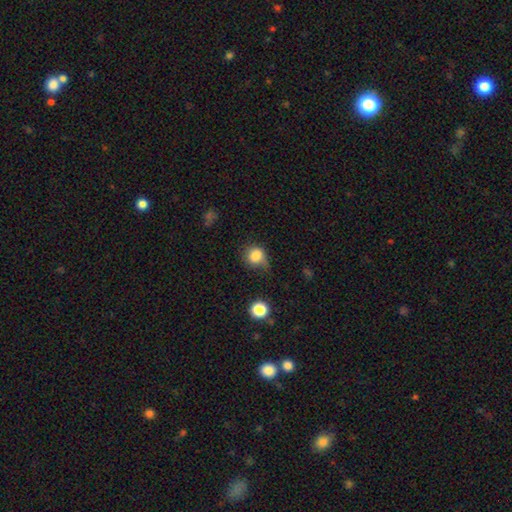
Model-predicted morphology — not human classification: Smooth or featured? smooth (80%)
How rounded? round (71%)
Merging? none (42%)